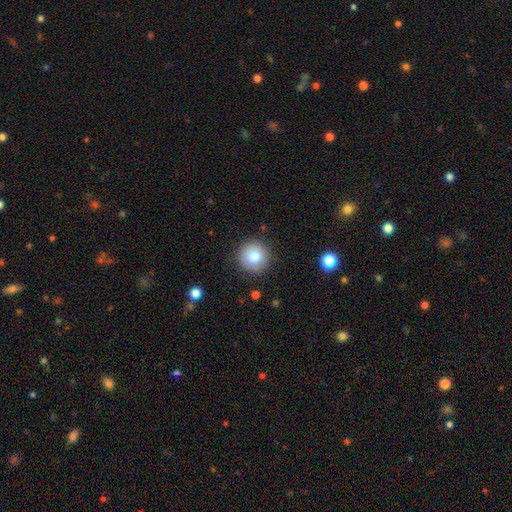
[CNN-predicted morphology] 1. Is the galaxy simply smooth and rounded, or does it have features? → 82% smooth, 9% star or artifact, 9% featured or disk.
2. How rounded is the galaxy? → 94% round, 5% in between, 1% cigar-shaped.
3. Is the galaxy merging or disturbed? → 88% none, 8% minor disturbance, 3% major disturbance, 1% merger.